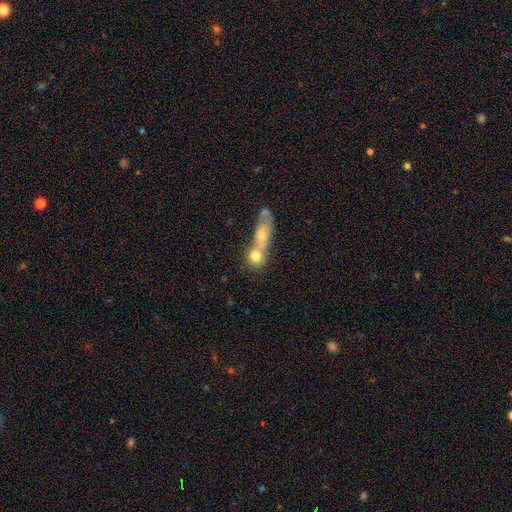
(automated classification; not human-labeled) Q: Smooth or featured?
A: smooth (70%); runner-up: featured or disk (20%)
Q: How rounded?
A: round (64%); runner-up: in between (27%)
Q: Merging?
A: merger (62%); runner-up: none (27%)